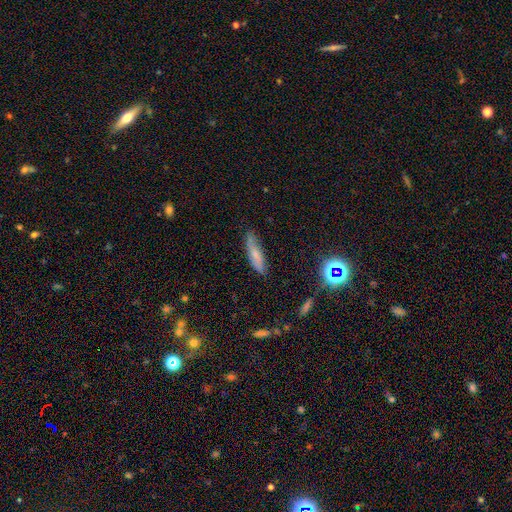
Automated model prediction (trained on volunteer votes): smooth-or-featured: smooth: 58% | featured or disk: 31% | star or artifact: 11%
  how-rounded: cigar-shaped: 68% | in between: 30% | round: 2%
  merging: none: 74% | minor disturbance: 20% | major disturbance: 4% | merger: 2%